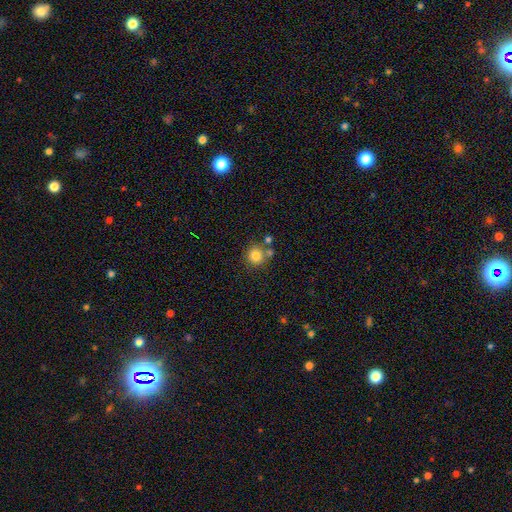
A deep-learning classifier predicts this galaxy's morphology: Smooth or featured?
  - smooth: 82% *
  - star or artifact: 11%
  - featured or disk: 7%
How rounded?
  - round: 92% *
  - in between: 7%
  - cigar-shaped: 1%
Merging?
  - none: 69% *
  - merger: 18%
  - minor disturbance: 10%
  - major disturbance: 4%